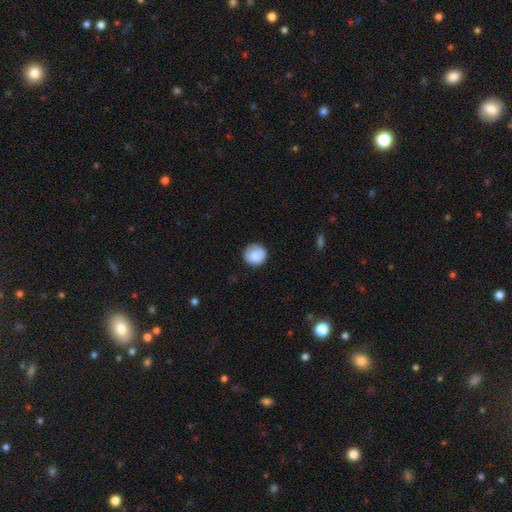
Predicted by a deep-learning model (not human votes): Smooth or featured? smooth (87%)
How rounded? round (91%)
Merging? none (81%)